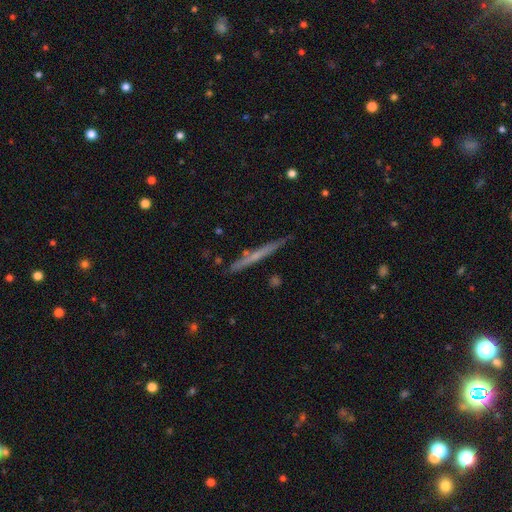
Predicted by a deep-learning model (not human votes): A featured or disk galaxy (53%) viewed edge-on (96%) with no central bulge (78%). Merging: none (86%).